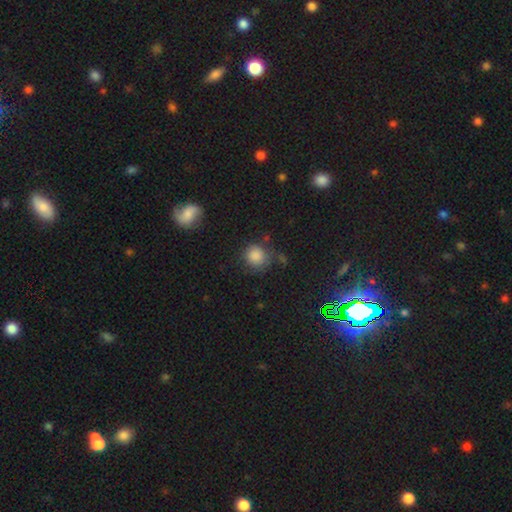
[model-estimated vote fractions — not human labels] A smooth galaxy with no disk features (85%) that is round (88%). Merging: none (69%).